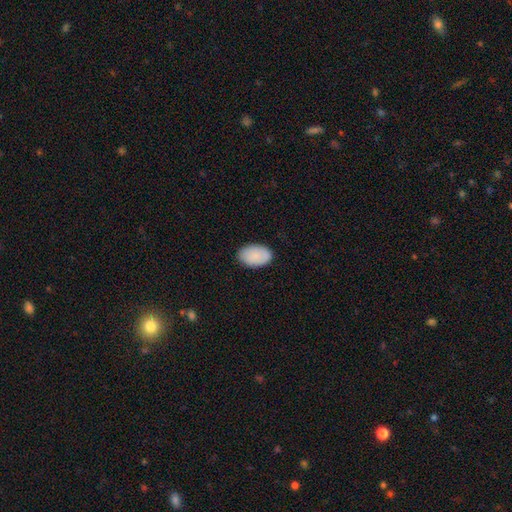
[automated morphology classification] This is clearly a smooth galaxy (88%). How rounded: clearly in between (91%). Merging: clearly none (86%).